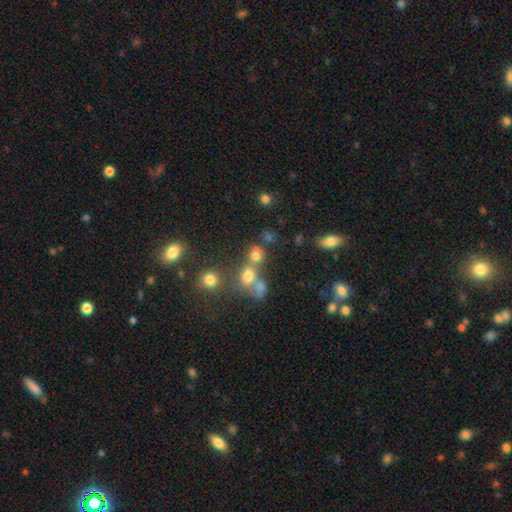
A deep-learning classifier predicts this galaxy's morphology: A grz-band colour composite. It shows a smooth galaxy with no disk features (70%) that is round (77%). Merging: none (46%).